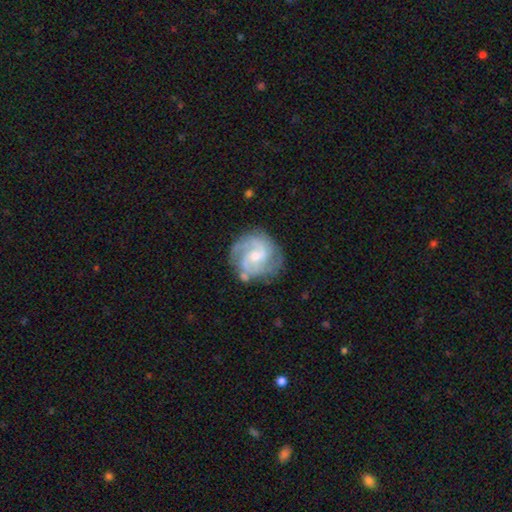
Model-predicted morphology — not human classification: This is clearly a featured or disk galaxy (84%). It is clearly not viewed edge-on (98%). Bar: possibly no (48%). Spiral arm pattern: clearly yes (96%). Spiral arm count: marginally 2 (43%). Spiral winding: possibly medium (48%). Central bulge: possibly small (53%). Merging: likely none (72%).